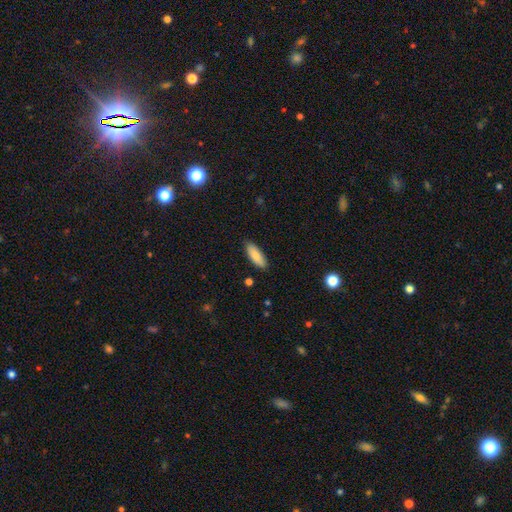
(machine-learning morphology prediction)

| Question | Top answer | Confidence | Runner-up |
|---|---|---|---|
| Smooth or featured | smooth | 82% | featured or disk (11%) |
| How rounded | in between | 72% | cigar-shaped (26%) |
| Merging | none | 86% | minor disturbance (10%) |